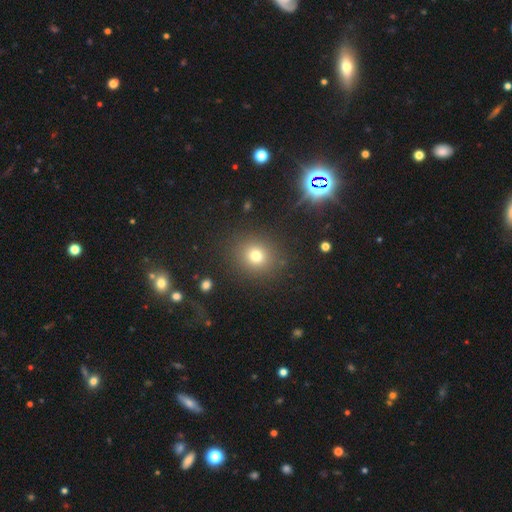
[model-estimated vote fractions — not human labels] This is likely a smooth galaxy (76%). How rounded: clearly round (81%). Merging: clearly none (88%).